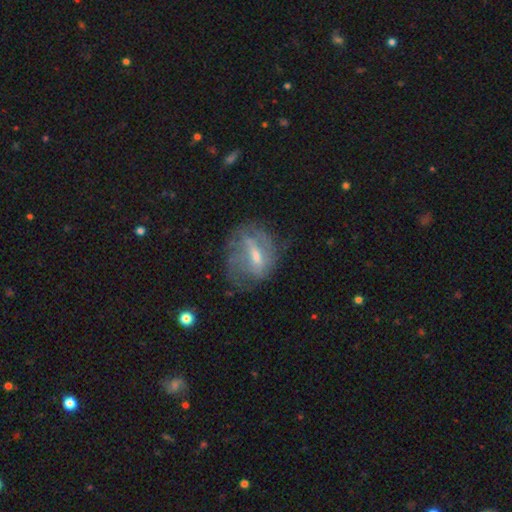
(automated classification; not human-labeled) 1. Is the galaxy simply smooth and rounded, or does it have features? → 69% featured or disk, 22% smooth, 10% star or artifact.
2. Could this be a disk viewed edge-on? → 92% no, 8% yes.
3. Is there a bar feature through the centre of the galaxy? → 48% weak, 33% strong, 18% no.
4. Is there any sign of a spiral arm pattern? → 70% yes, 30% no.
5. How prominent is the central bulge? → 45% moderate, 44% small, 7% none, 4% large, 1% dominant.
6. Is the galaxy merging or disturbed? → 59% none, 23% minor disturbance, 16% major disturbance, 2% merger.